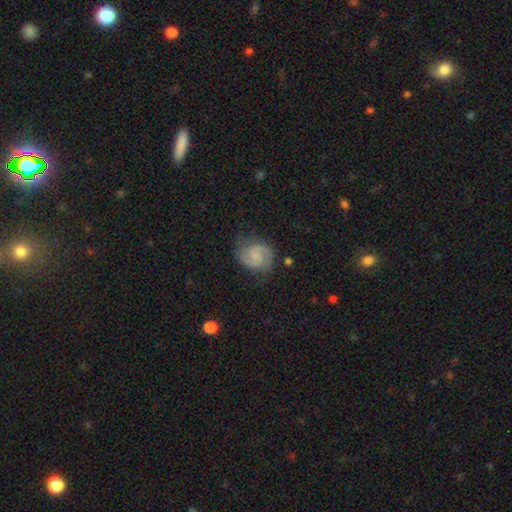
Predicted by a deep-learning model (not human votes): This appears to be a featured or disk galaxy (81%) with no bar (58%), 2 (91%) medium (46%) spiral arms (97%) and a small central bulge (47%). Merging: none (75%).